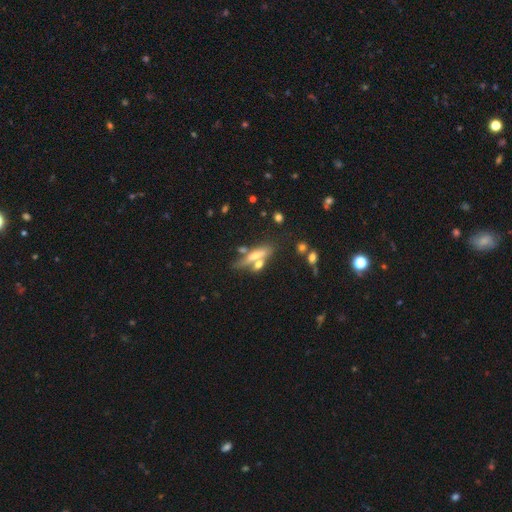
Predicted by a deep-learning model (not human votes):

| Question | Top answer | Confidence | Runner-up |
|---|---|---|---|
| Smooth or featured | featured or disk | 47% | smooth (42%) |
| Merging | none | 51% | merger (29%) |